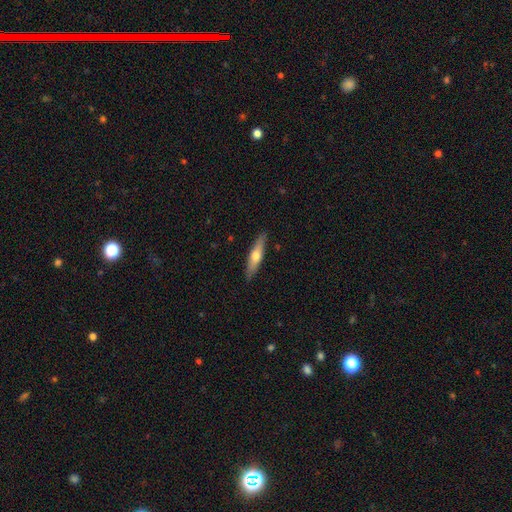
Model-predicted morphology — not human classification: A smooth galaxy with no disk features (50%) that is cigar-shaped (78%).

Vote fractions:
- Smooth or featured? smooth: 50% / featured or disk: 44% / star or artifact: 5%
- How rounded? cigar-shaped: 78% / in between: 20% / round: 2%
- Merging? none: 88% / minor disturbance: 9% / major disturbance: 2% / merger: 1%